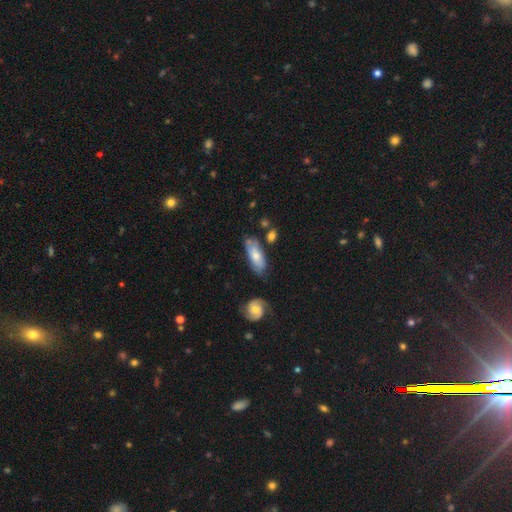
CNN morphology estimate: A smooth galaxy with no disk features (63%) that is in between round and cigar-shaped (73%). Merging: none (65%).